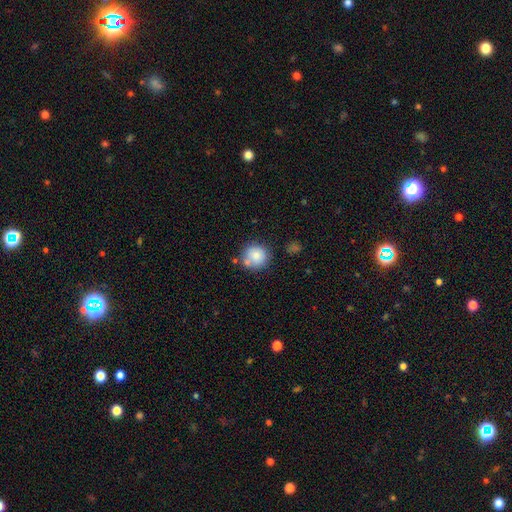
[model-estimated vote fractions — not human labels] Smooth or featured: smooth — 79% (featured or disk — 12%)
How rounded: round — 91% (in between — 8%)
Merging: none — 66% (merger — 15%)